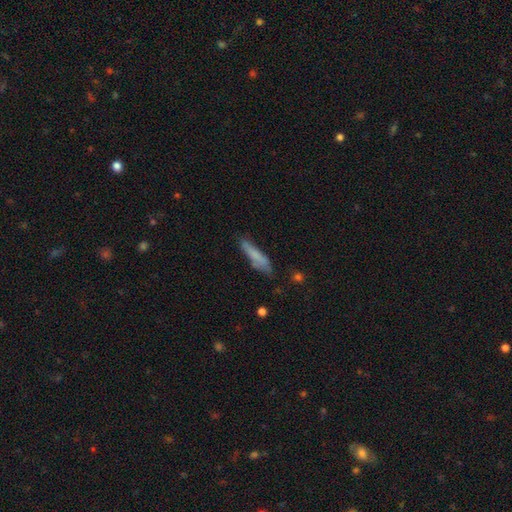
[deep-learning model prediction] A smooth galaxy with no disk features (70%) that is cigar-shaped (82%).

Vote fractions:
- Smooth or featured? smooth: 70% / featured or disk: 22% / star or artifact: 8%
- How rounded? cigar-shaped: 82% / in between: 17% / round: 2%
- Merging? none: 67% / minor disturbance: 24% / major disturbance: 6% / merger: 3%